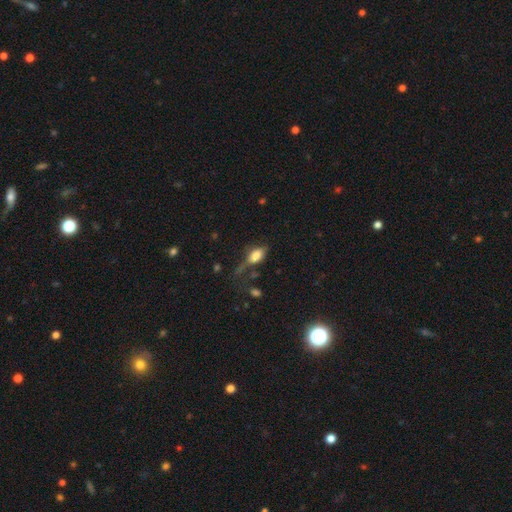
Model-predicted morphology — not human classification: The model was most divided on "merging": none: 36%, major disturbance: 30%, minor disturbance: 26%, merger: 9%. More confident: how rounded — in between (85%); smooth or featured — smooth (72%).